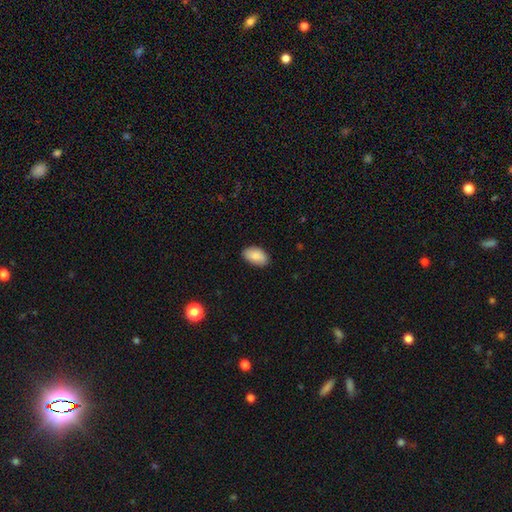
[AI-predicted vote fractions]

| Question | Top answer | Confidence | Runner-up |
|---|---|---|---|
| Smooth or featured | smooth | 86% | featured or disk (7%) |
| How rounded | in between | 93% | round (6%) |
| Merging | none | 84% | minor disturbance (13%) |